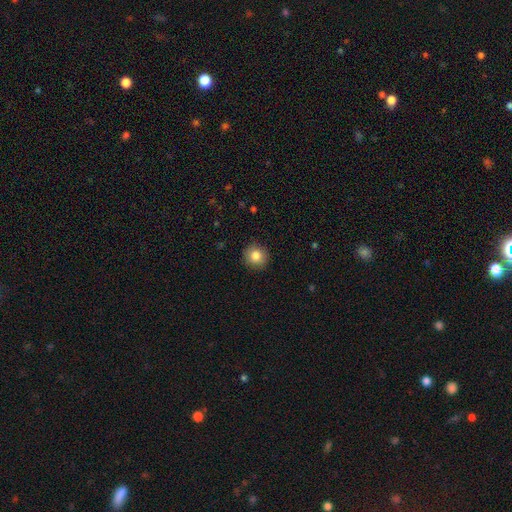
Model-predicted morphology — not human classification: type=smooth (85%); roundness=round (91%); merging=none (90%).